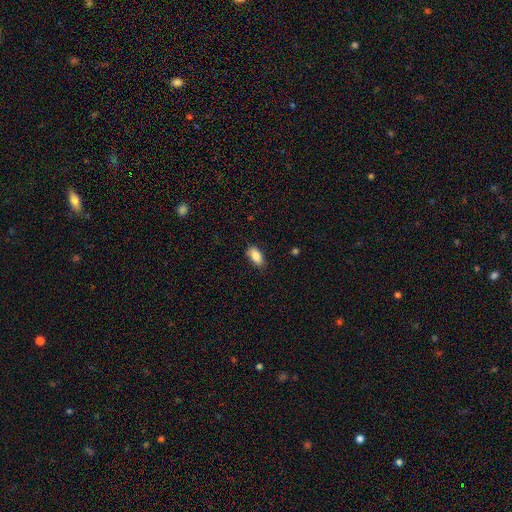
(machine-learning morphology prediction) smooth 87%, star or artifact 7%, featured or disk 6%. Down the decision tree: how rounded — in between (91%); merging — none (83%).